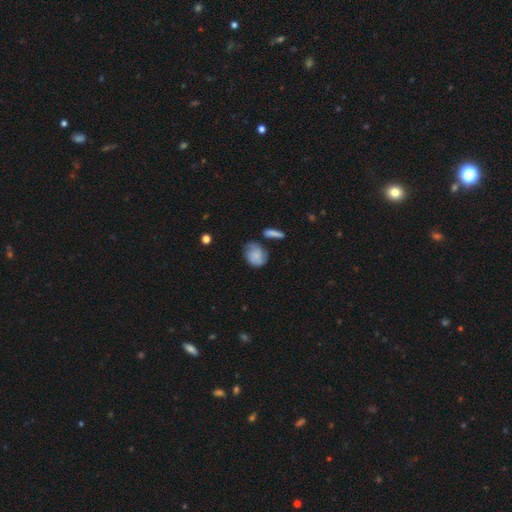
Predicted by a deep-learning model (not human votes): The model was most divided on "how rounded": in between: 54%, round: 44%, cigar-shaped: 2%. Remaining: smooth or featured — smooth (62%); merging — none (46%).